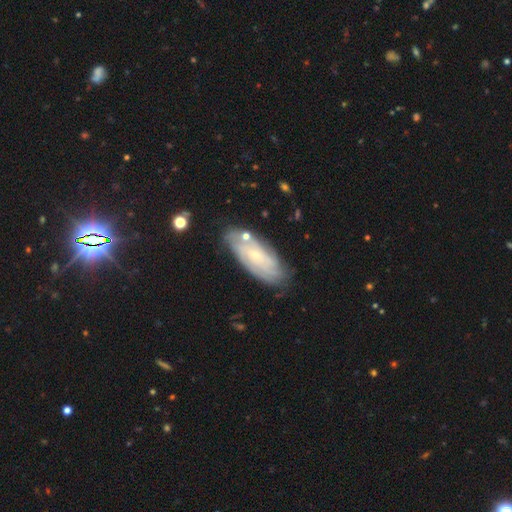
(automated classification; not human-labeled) This is likely a featured or disk galaxy (66%). It is clearly not viewed edge-on (88%). Bar: likely no (72%). Spiral arm pattern: clearly yes (84%). Central bulge: likely small (79%). Merging: likely none (74%).